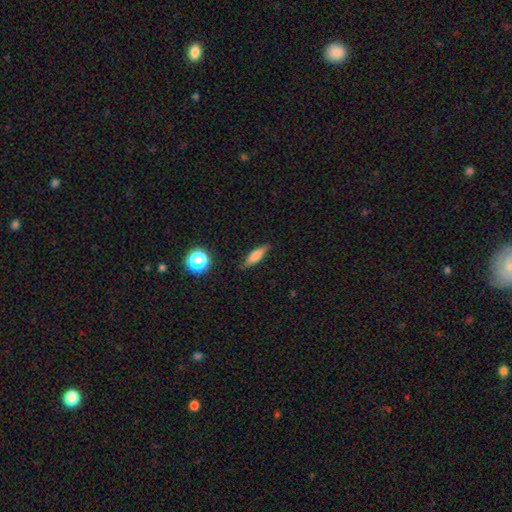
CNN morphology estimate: Smooth or featured? Predicted: smooth (p=0.74). How rounded? Predicted: cigar-shaped (p=0.54). Merging? Predicted: none (p=0.82).